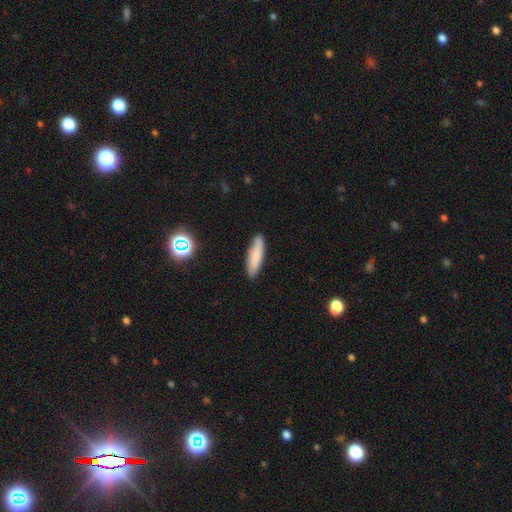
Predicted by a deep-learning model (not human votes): This is likely a smooth galaxy (78%). How rounded: likely cigar-shaped (74%). Merging: clearly none (87%).